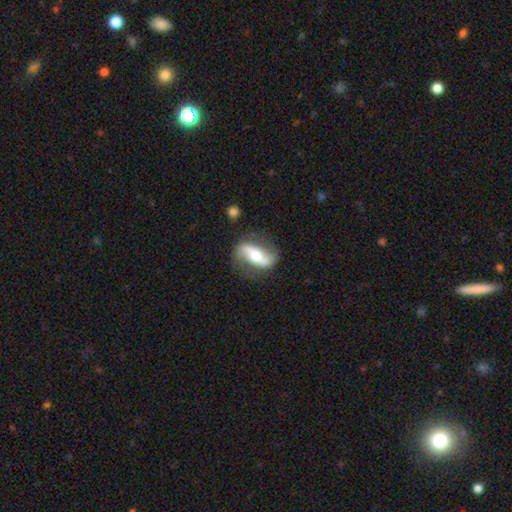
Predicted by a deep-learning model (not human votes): This appears to be a featured or disk galaxy (76%) with a strong bar (45%), 2 (92%) loose (79%) spiral arms (87%) and a moderate central bulge (64%). Merging: none (76%).